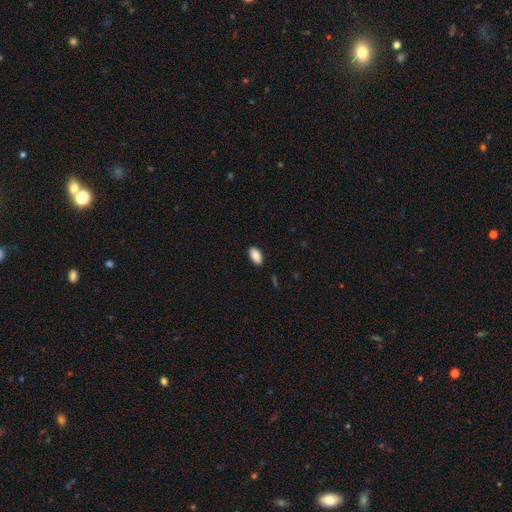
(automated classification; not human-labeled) smooth_or_featured: smooth (p=0.89) [alt: star or artifact p=0.07]
how_rounded: in between (p=0.94) [alt: cigar-shaped p=0.03]
merging: none (p=0.88) [alt: minor disturbance p=0.09]